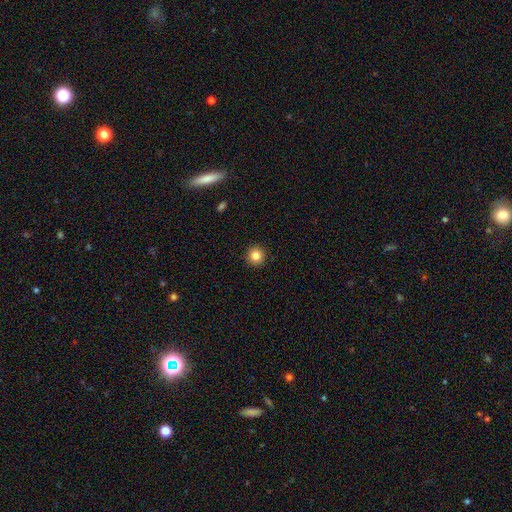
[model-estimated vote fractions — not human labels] This is clearly a smooth galaxy (84%). How rounded: clearly round (95%). Merging: clearly none (93%).